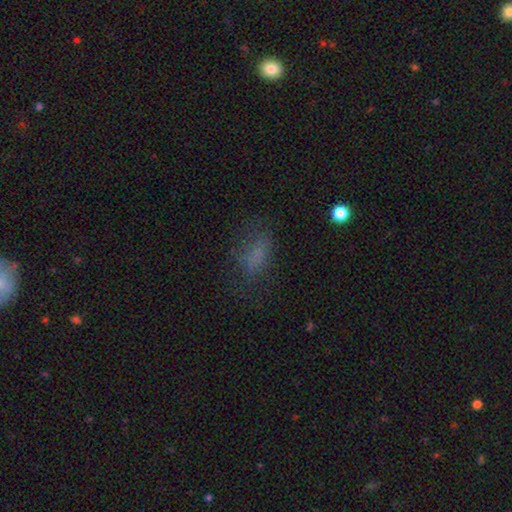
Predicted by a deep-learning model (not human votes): Smooth or featured? smooth (67%)
How rounded? in between (80%)
Merging? none (57%)